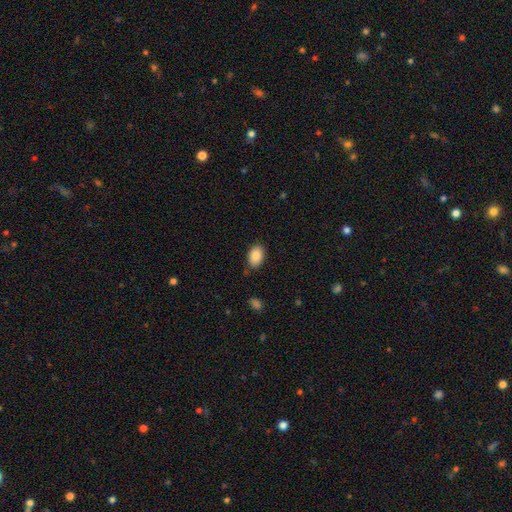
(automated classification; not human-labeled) Smooth or featured: smooth — 87% (star or artifact — 7%)
How rounded: in between — 88% (round — 11%)
Merging: none — 82% (minor disturbance — 13%)